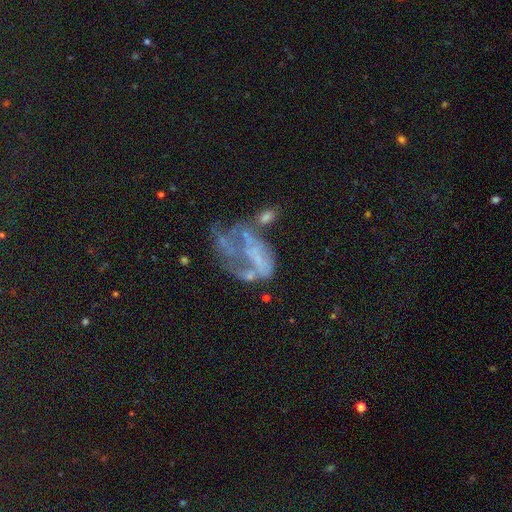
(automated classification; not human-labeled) smooth-or-featured: featured or disk: 64% | smooth: 18% | star or artifact: 17%
  disk-edge-on: no: 97% | yes: 3%
    bar: no: 82% | weak: 12% | strong: 6%
    has-spiral-arms: no: 77% | yes: 23%
    bulge-size: none: 76% | small: 14% | moderate: 7% | large: 2% | dominant: 1%
  merging: major disturbance: 45% | merger: 21% | none: 20% | minor disturbance: 14%